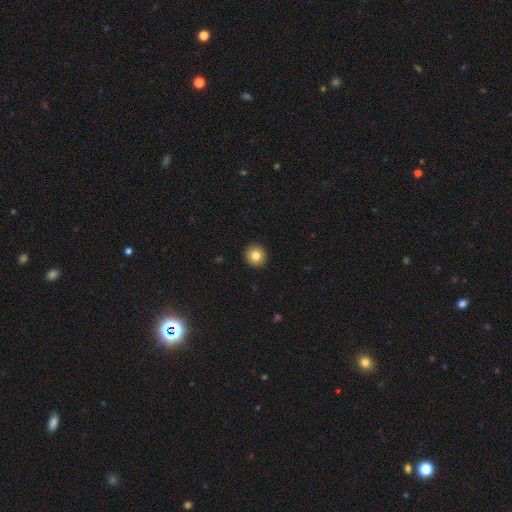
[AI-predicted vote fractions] Q: Smooth or featured?
A: smooth (82%); runner-up: star or artifact (9%)
Q: How rounded?
A: round (93%); runner-up: in between (6%)
Q: Merging?
A: none (93%); runner-up: minor disturbance (4%)